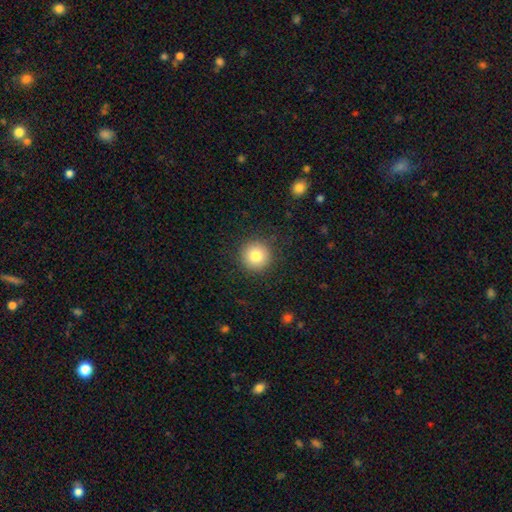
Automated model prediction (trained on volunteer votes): Smooth or featured? Predicted: smooth (p=0.81). How rounded? Predicted: round (p=0.95). Merging? Predicted: none (p=0.90).